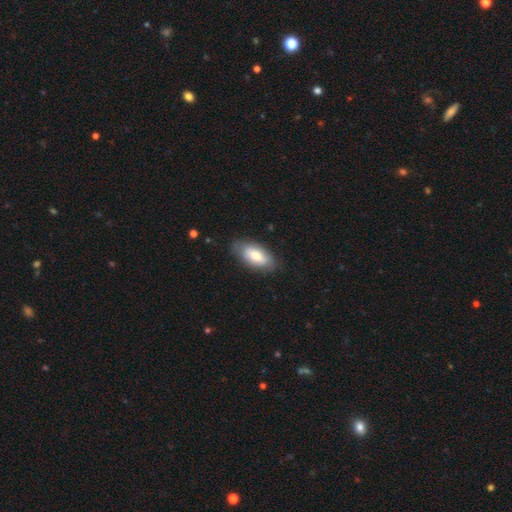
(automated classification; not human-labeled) A smooth galaxy with no disk features (70%) that is in between round and cigar-shaped (90%).

Vote fractions:
- Smooth or featured? smooth: 70% / featured or disk: 24% / star or artifact: 6%
- How rounded? in between: 90% / cigar-shaped: 7% / round: 3%
- Merging? none: 76% / minor disturbance: 19% / major disturbance: 4% / merger: 1%